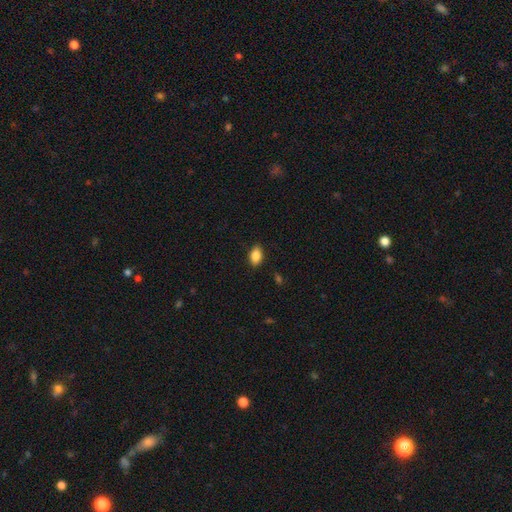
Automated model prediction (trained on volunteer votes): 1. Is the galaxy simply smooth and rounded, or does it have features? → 87% smooth, 8% star or artifact, 5% featured or disk.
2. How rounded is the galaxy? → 88% in between, 10% round, 2% cigar-shaped.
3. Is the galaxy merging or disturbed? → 87% none, 10% minor disturbance, 2% major disturbance, 1% merger.